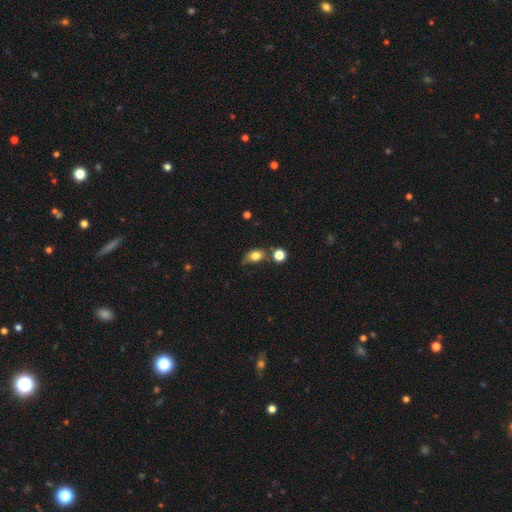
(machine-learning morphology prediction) Overall: smooth (79%). How rounded: in between (72%). Merging: none (52%; minor disturbance 27%).